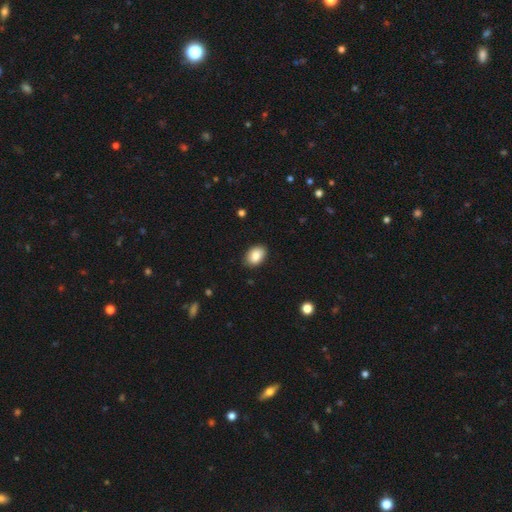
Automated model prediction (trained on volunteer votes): Smooth or featured?
  - smooth: 88% *
  - star or artifact: 7%
  - featured or disk: 5%
How rounded?
  - in between: 82% *
  - round: 16%
  - cigar-shaped: 1%
Merging?
  - none: 87% *
  - minor disturbance: 10%
  - major disturbance: 2%
  - merger: 1%